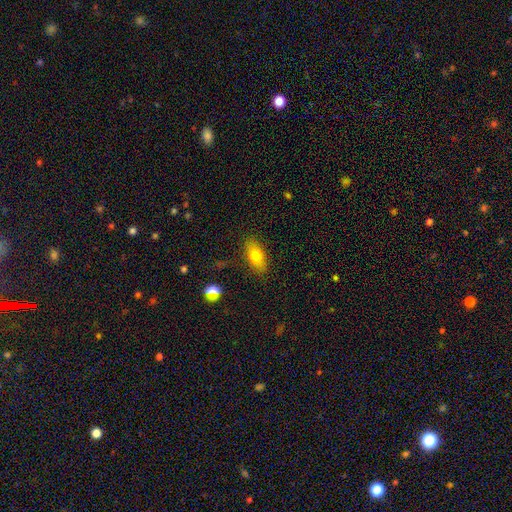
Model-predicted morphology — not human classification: Smooth or featured? smooth (75%)
How rounded? in between (83%)
Merging? none (85%)